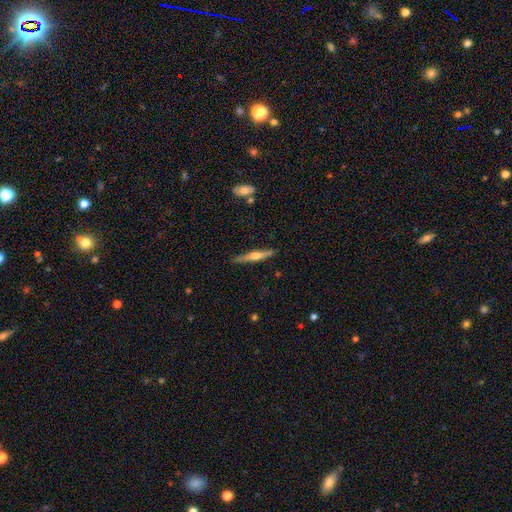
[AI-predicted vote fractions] smooth-or-featured: featured or disk: 63% | smooth: 31% | star or artifact: 6%
  disk-edge-on: yes: 97% | no: 3%
    edge-on-bulge: rounded: 84% | boxy: 10% | none: 6%
  merging: none: 87% | minor disturbance: 9% | major disturbance: 2% | merger: 2%